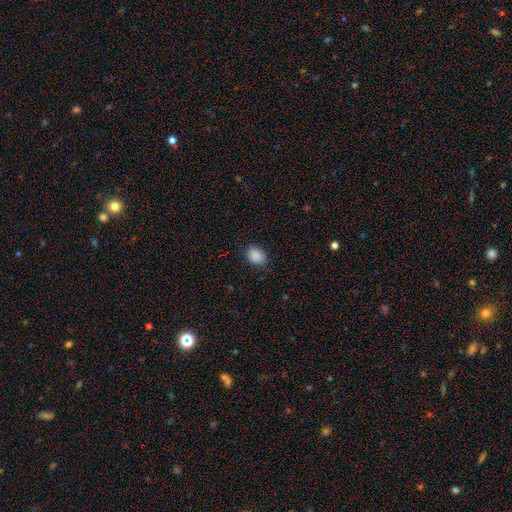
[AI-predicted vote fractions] Smooth or featured?
  - smooth: 88% *
  - star or artifact: 8%
  - featured or disk: 3%
How rounded?
  - in between: 59% *
  - round: 40%
  - cigar-shaped: 1%
Merging?
  - none: 82% *
  - minor disturbance: 14%
  - major disturbance: 3%
  - merger: 1%